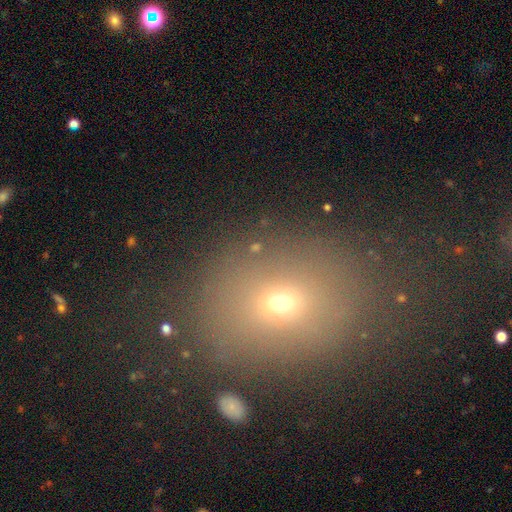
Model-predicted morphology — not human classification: A smooth galaxy with no disk features (61%) that is in between round and cigar-shaped (58%). Merging: none (69%).